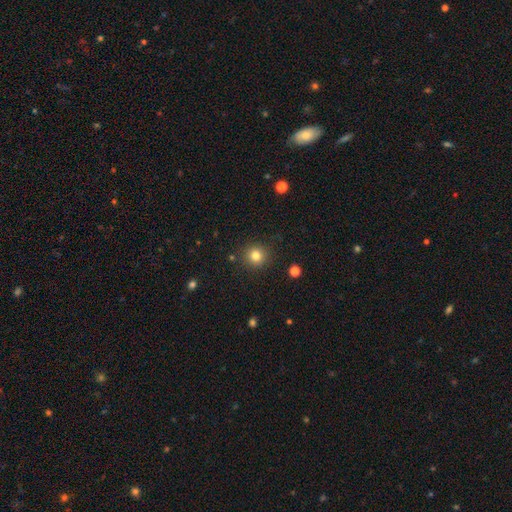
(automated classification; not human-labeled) Overall: smooth (81%). How rounded: round (93%). Merging: none (89%).